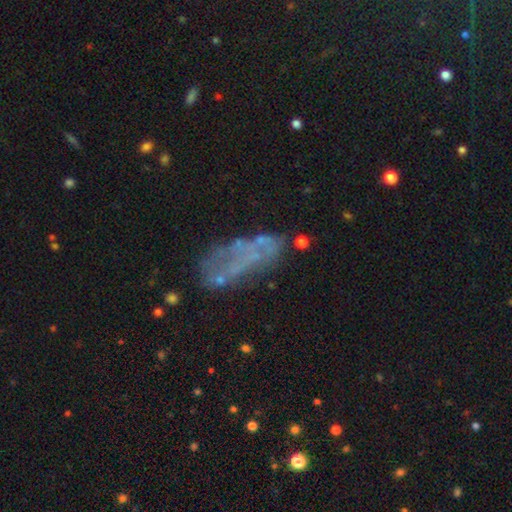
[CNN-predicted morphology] This is possibly a featured or disk galaxy (49%). Merging: possibly none (51%).